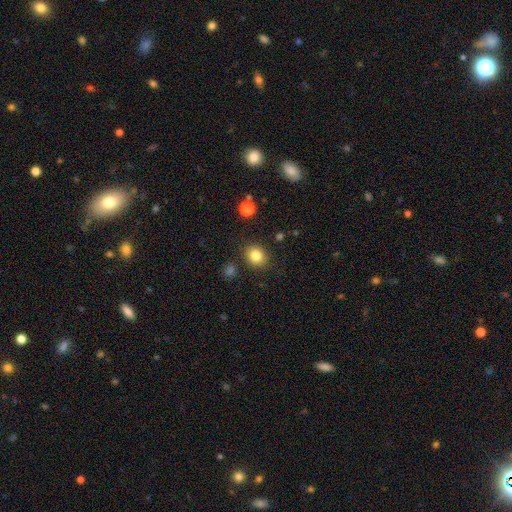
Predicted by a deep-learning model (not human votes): This is clearly a smooth galaxy (83%). How rounded: likely round (73%). Merging: clearly none (85%).